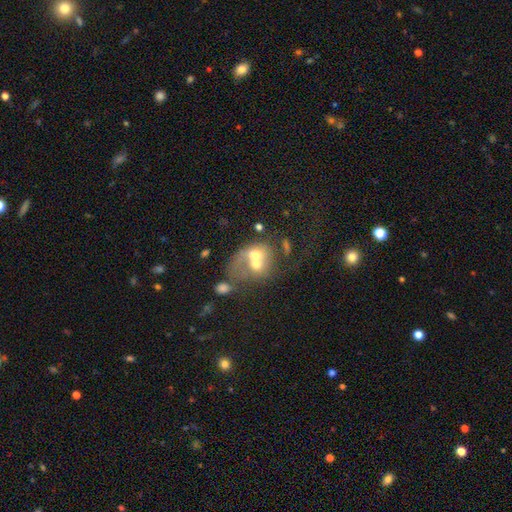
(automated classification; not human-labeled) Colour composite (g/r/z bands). It shows a smooth galaxy with no disk features (47%). Merging: merger (69%).